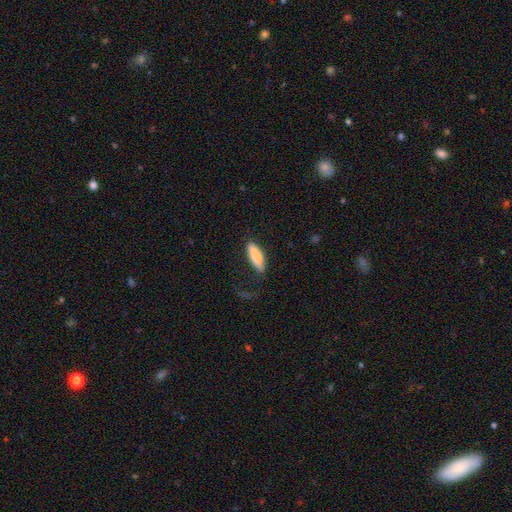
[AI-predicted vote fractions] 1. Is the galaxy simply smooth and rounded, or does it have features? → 84% smooth, 10% featured or disk, 6% star or artifact.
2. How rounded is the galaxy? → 54% in between, 44% cigar-shaped, 2% round.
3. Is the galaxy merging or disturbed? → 67% none, 22% minor disturbance, 9% major disturbance, 2% merger.